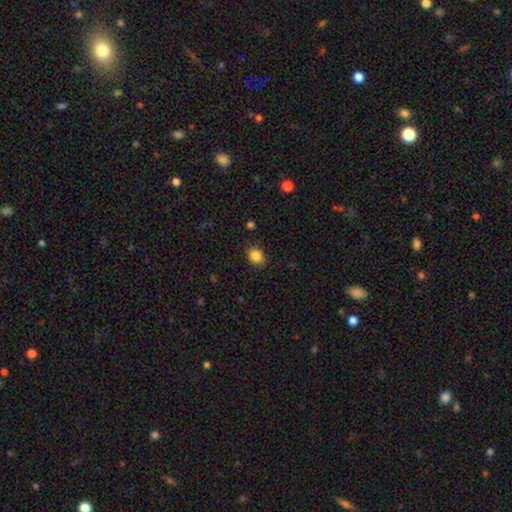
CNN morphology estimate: A smooth galaxy with no disk features (86%) that is round (55%).

Vote fractions:
- Smooth or featured? smooth: 86% / star or artifact: 10% / featured or disk: 4%
- How rounded? round: 55% / in between: 44% / cigar-shaped: 1%
- Merging? none: 86% / minor disturbance: 10% / major disturbance: 3% / merger: 1%